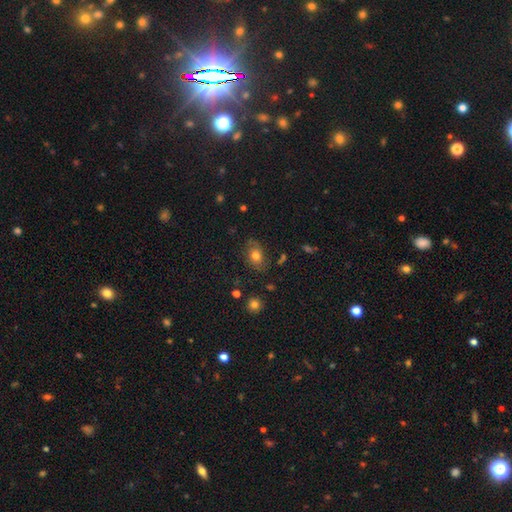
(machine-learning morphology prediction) Smooth or featured?
  - smooth: 66% *
  - featured or disk: 22%
  - star or artifact: 12%
How rounded?
  - in between: 70% *
  - round: 29%
  - cigar-shaped: 1%
Merging?
  - none: 74% *
  - minor disturbance: 18%
  - major disturbance: 5%
  - merger: 2%